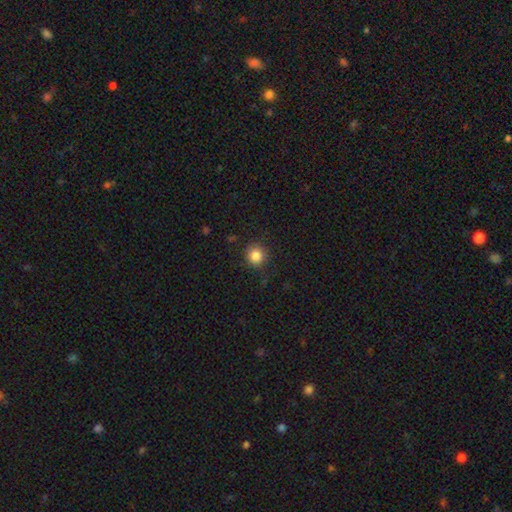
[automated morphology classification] A smooth galaxy with no disk features (85%) that is round (92%). Merging: none (88%).